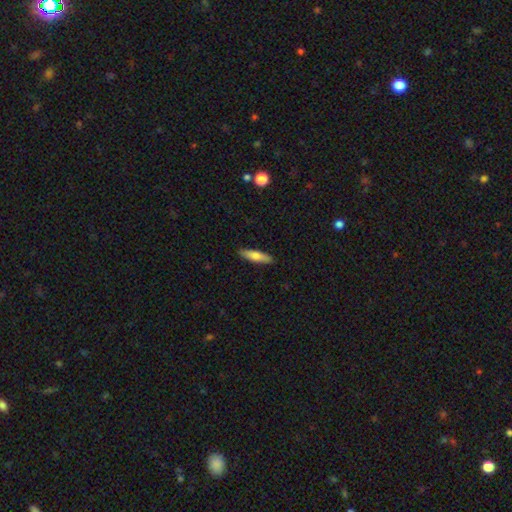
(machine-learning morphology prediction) Smooth or featured? smooth (68%)
How rounded? cigar-shaped (70%)
Merging? none (90%)